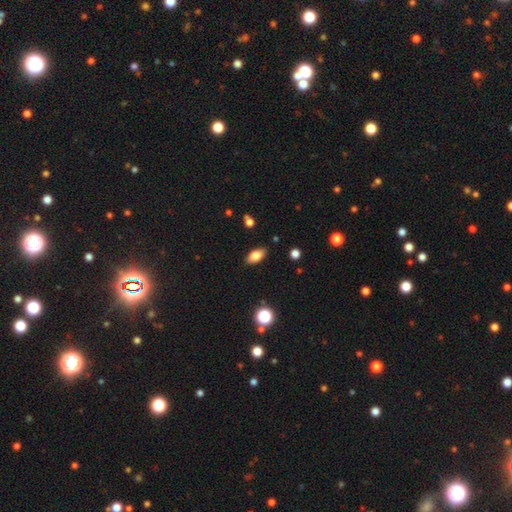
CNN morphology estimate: A smooth galaxy with no disk features (78%) that is in between round and cigar-shaped (89%).

Vote fractions:
- Smooth or featured? smooth: 78% / featured or disk: 13% / star or artifact: 9%
- How rounded? in between: 89% / cigar-shaped: 6% / round: 5%
- Merging? none: 87% / minor disturbance: 10% / major disturbance: 2% / merger: 1%